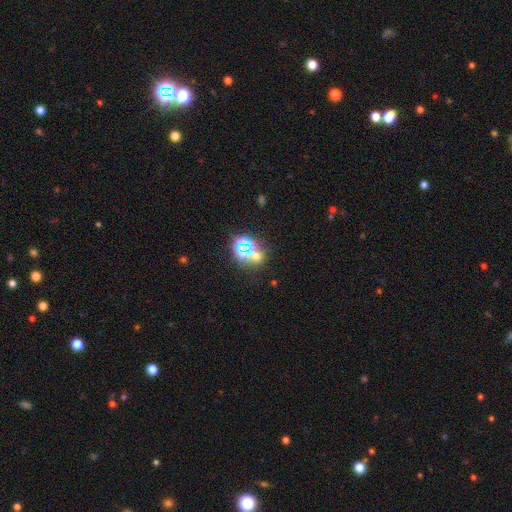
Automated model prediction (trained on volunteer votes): Smooth or featured: star or artifact — 47% (smooth — 41%)